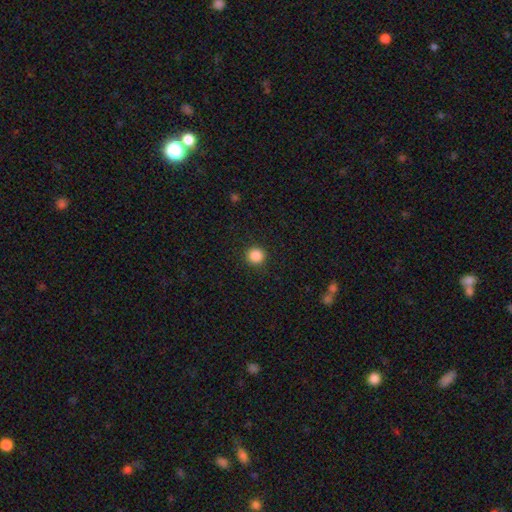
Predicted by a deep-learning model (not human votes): A smooth galaxy with no disk features (87%) that is round (94%). Merging: none (91%).